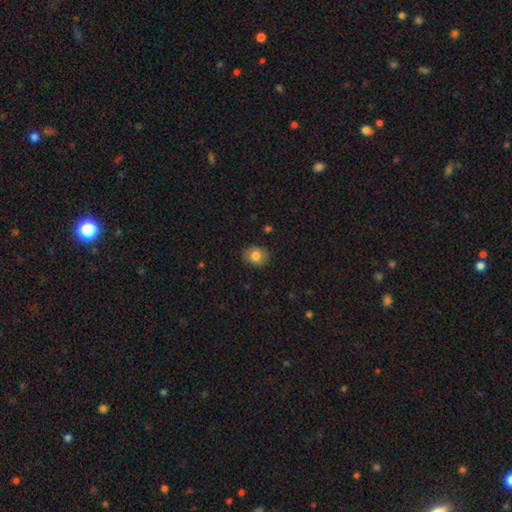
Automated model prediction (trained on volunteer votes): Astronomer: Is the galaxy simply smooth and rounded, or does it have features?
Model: smooth — 79%.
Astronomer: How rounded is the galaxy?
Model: round — 75%.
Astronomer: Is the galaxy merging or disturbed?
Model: none — 86%.